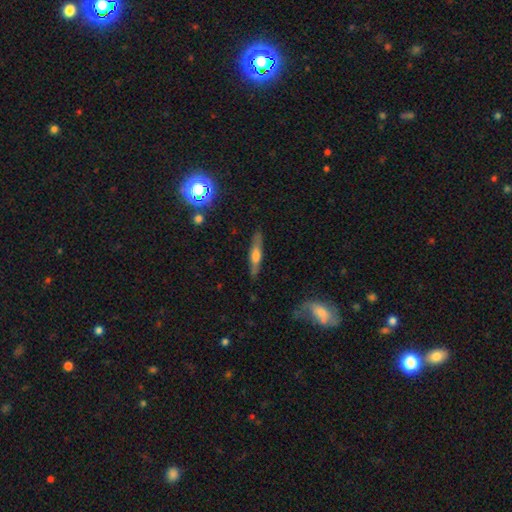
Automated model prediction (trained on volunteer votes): This is possibly a featured or disk galaxy (50%). Merging: clearly none (86%).